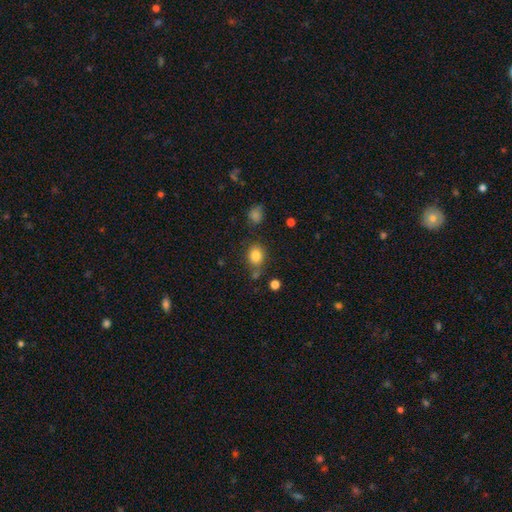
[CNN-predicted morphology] smooth-or-featured: smooth: 82% | star or artifact: 11% | featured or disk: 7%
  how-rounded: round: 57% | in between: 42% | cigar-shaped: 1%
  merging: none: 71% | minor disturbance: 15% | merger: 9% | major disturbance: 5%